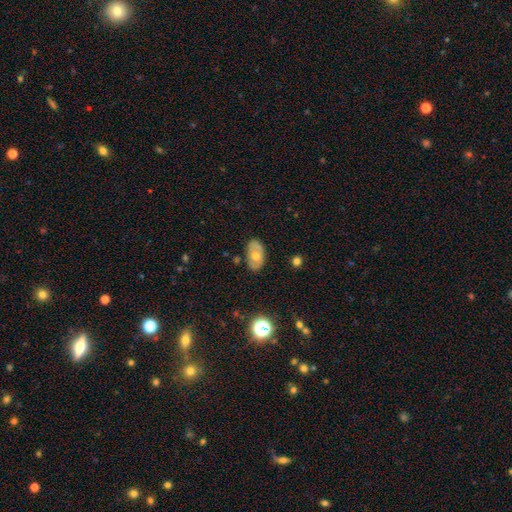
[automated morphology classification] Smooth or featured? smooth (49%)
Merging? none (81%)